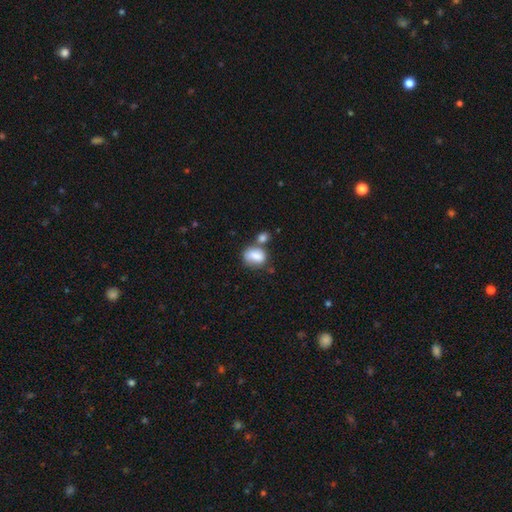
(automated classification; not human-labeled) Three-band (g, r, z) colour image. It shows a smooth galaxy with no disk features (80%) that is in between round and cigar-shaped (71%). Merging: none (37%).